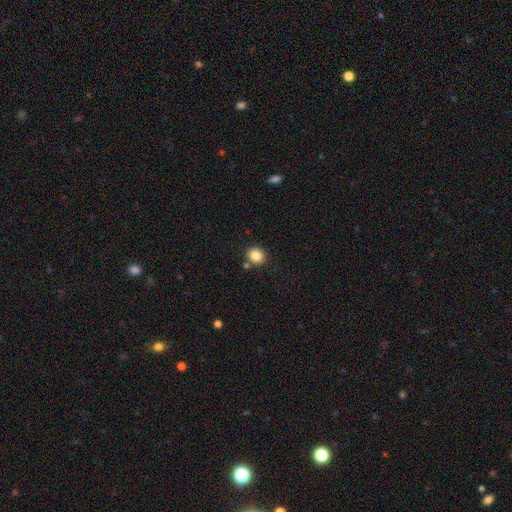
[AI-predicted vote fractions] smooth 85%, star or artifact 10%, featured or disk 5%. Down the decision tree: how rounded — round (77%); merging — none (81%).